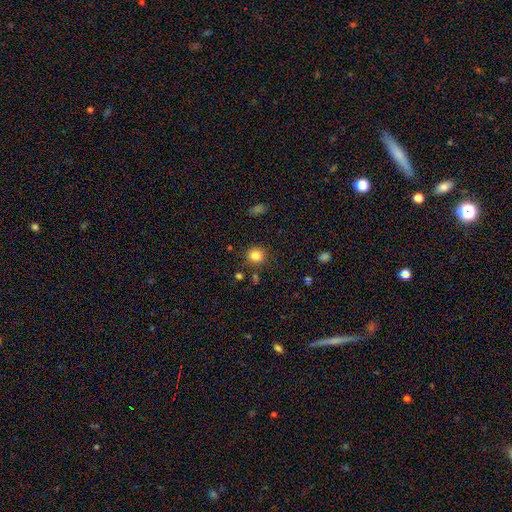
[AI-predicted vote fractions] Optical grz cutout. It shows a smooth galaxy with no disk features (83%) that is round (84%). Merging: none (85%).